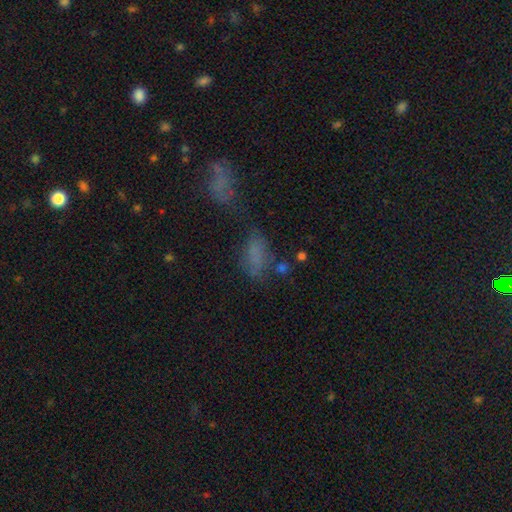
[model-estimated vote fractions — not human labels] The model was most divided on "merging": none: 36%, merger: 27%, major disturbance: 19%, minor disturbance: 19%. More confident: how rounded — in between (77%); smooth or featured — smooth (64%).